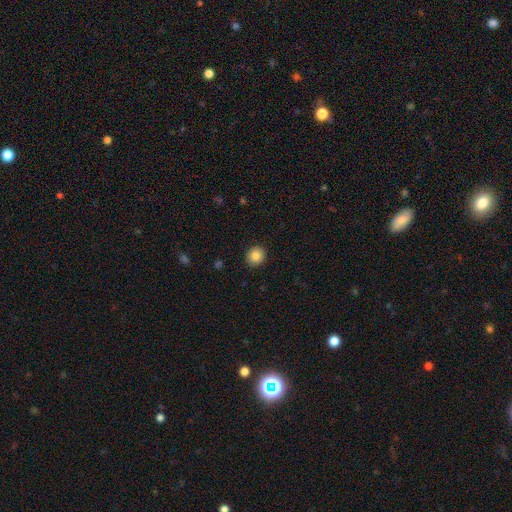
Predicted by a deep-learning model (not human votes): This is clearly a smooth galaxy (86%). How rounded: clearly round (83%). Merging: clearly none (91%).